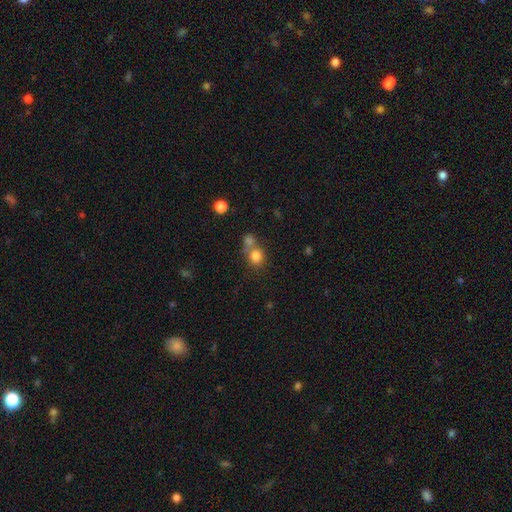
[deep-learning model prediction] smooth_or_featured: smooth (p=0.80) [alt: star or artifact p=0.12]
how_rounded: round (p=0.77) [alt: in between p=0.22]
merging: none (p=0.50) [alt: merger p=0.36]